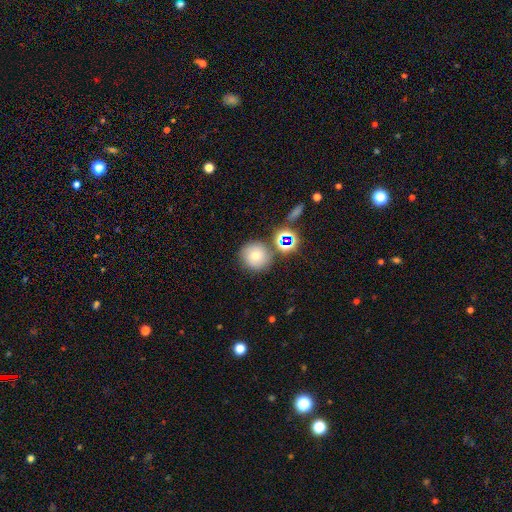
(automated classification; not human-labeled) Overall: smooth (55%; star or artifact 25%). How rounded: round (90%). Merging: none (77%).